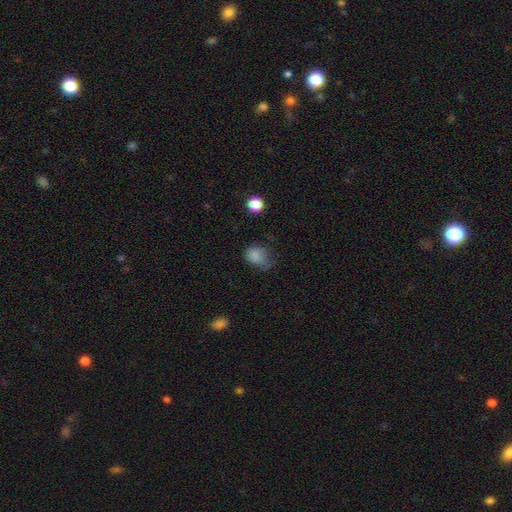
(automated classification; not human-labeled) A smooth galaxy with no disk features (79%) that is in between round and cigar-shaped (60%). Merging: none (38%).